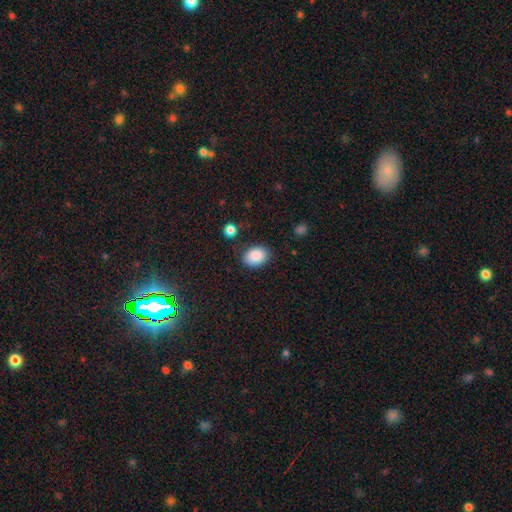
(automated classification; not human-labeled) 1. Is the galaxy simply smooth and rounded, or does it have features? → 88% smooth, 8% star or artifact, 5% featured or disk.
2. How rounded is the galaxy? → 74% in between, 25% round, 1% cigar-shaped.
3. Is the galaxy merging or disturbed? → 83% none, 12% minor disturbance, 3% major disturbance, 2% merger.